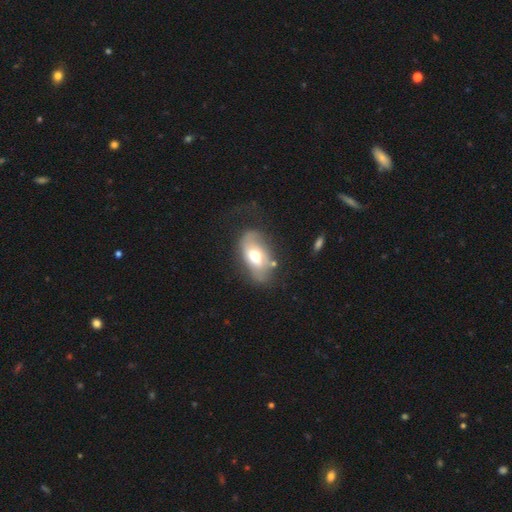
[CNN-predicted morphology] A smooth galaxy with no disk features (49%).

Vote fractions:
- Smooth or featured? smooth: 49% / featured or disk: 44% / star or artifact: 7%
- Merging? none: 52% / minor disturbance: 26% / major disturbance: 17% / merger: 5%